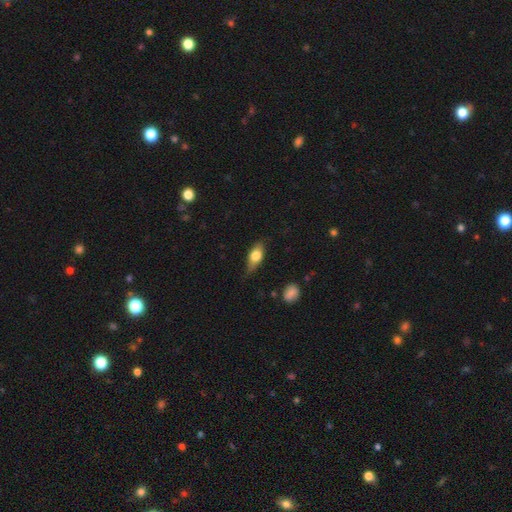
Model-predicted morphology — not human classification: Smooth or featured? Predicted: smooth (p=0.67). How rounded? Predicted: in between (p=0.75). Merging? Predicted: none (p=0.65).